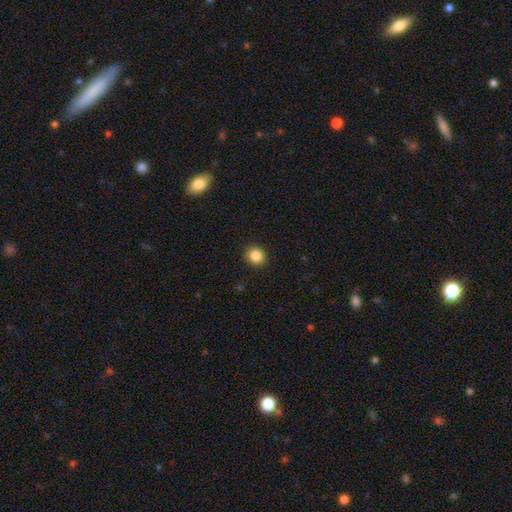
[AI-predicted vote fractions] This appears to be a smooth galaxy with no disk features (86%) that is round (80%). Merging: none (91%).